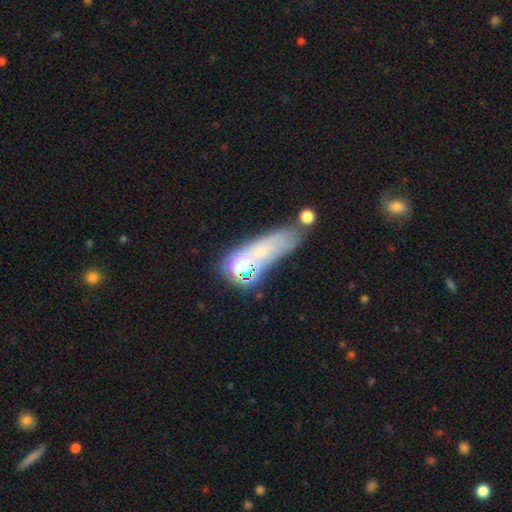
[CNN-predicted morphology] smooth 44%, featured or disk 28%, star or artifact 28%. Down the decision tree: merging — none (58%).